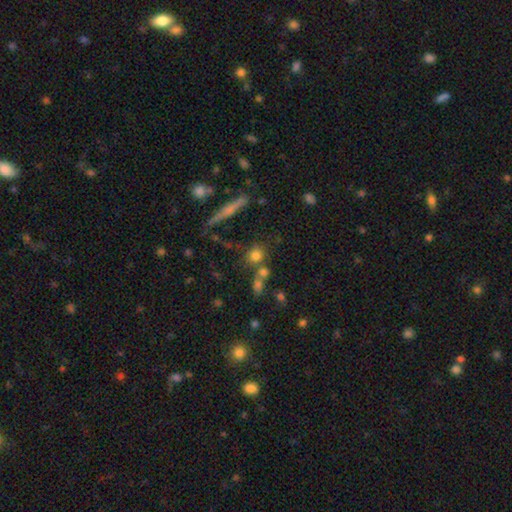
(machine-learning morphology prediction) Overall: smooth (73%). How rounded: round (81%). Merging: none (64%).